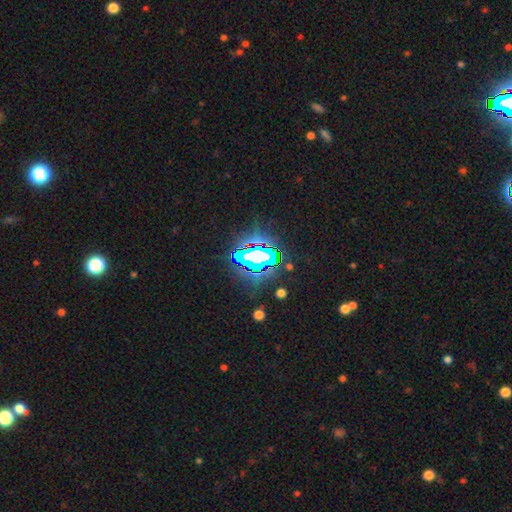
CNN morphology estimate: Smooth or featured? Predicted: star or artifact (p=0.83).